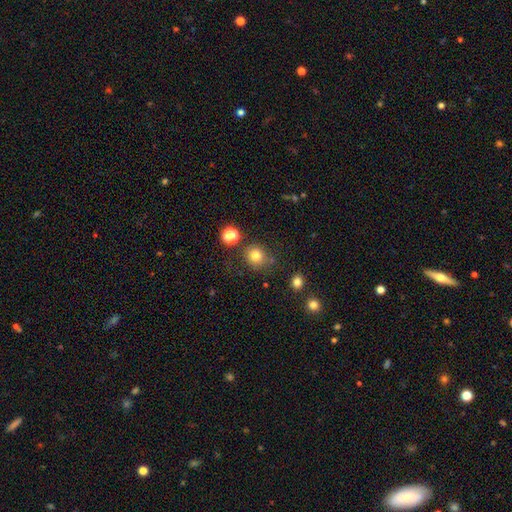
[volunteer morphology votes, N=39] smooth_or_featured: smooth (p=0.90) [alt: star or artifact p=0.08]
how_rounded: round (p=0.91) [alt: in between p=0.09]
merging: none (p=0.81) [alt: minor disturbance p=0.19]